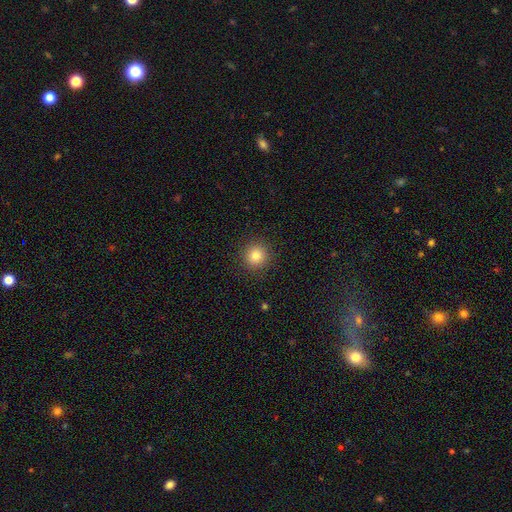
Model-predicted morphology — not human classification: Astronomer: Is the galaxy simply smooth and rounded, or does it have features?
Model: smooth — 82%.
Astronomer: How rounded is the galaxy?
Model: round — 94%.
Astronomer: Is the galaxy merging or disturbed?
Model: none — 91%.